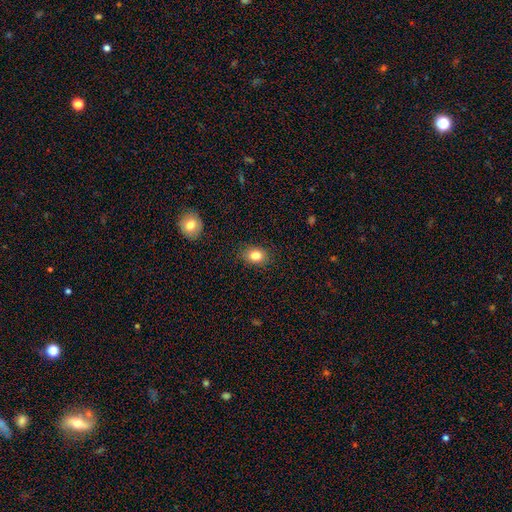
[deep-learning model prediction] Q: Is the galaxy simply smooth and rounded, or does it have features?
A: smooth — 82%.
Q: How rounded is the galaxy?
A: in between — 57%.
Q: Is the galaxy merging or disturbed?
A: none — 87%.